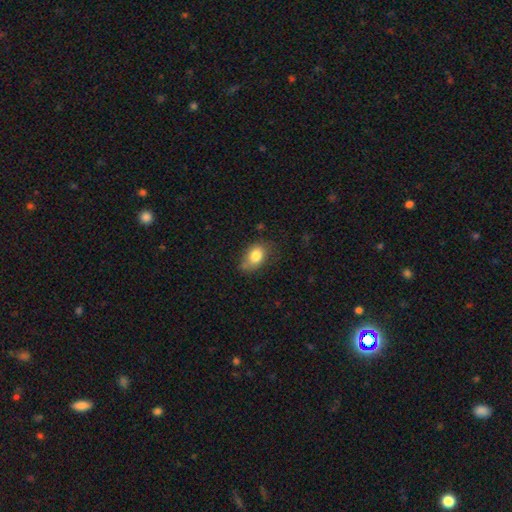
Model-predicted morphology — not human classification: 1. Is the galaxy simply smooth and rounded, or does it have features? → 80% smooth, 12% featured or disk, 8% star or artifact.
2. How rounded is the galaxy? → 84% in between, 14% round, 2% cigar-shaped.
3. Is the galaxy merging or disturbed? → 58% none, 31% minor disturbance, 9% major disturbance, 3% merger.